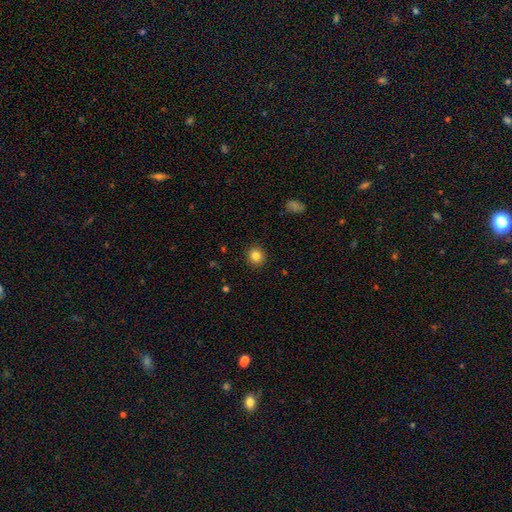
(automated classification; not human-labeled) This appears to be a smooth galaxy with no disk features (83%) that is round (89%). Merging: none (91%).